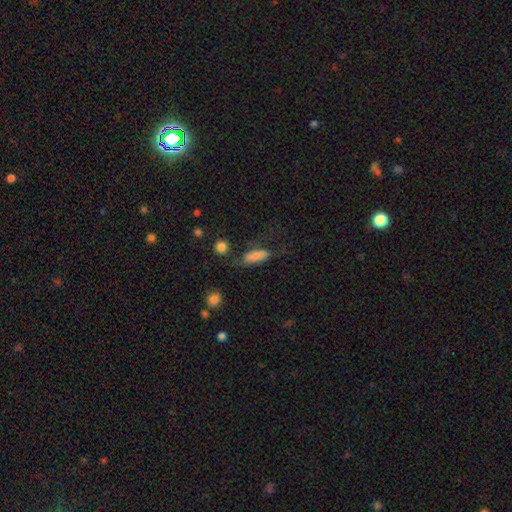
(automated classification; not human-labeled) A smooth galaxy with no disk features (76%) that is in between round and cigar-shaped (66%).

Vote fractions:
- Smooth or featured? smooth: 76% / featured or disk: 13% / star or artifact: 10%
- How rounded? in between: 66% / cigar-shaped: 29% / round: 5%
- Merging? none: 45% / minor disturbance: 27% / major disturbance: 20% / merger: 7%